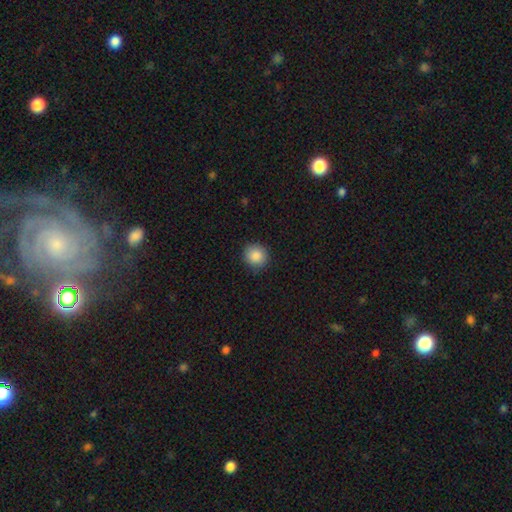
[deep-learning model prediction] Smooth or featured? smooth (88%)
How rounded? round (88%)
Merging? none (90%)